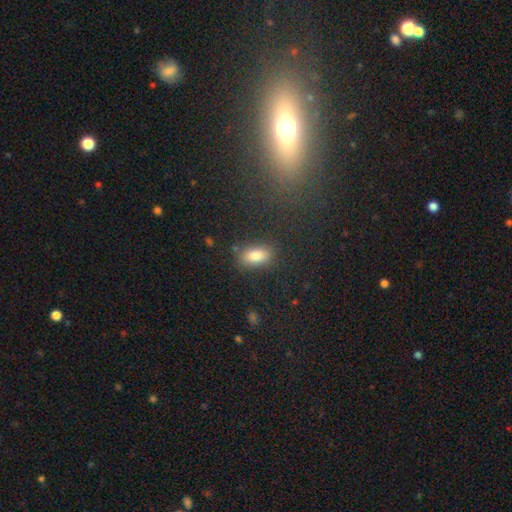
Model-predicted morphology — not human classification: Overall: smooth (83%). How rounded: in between (88%). Merging: none (82%).